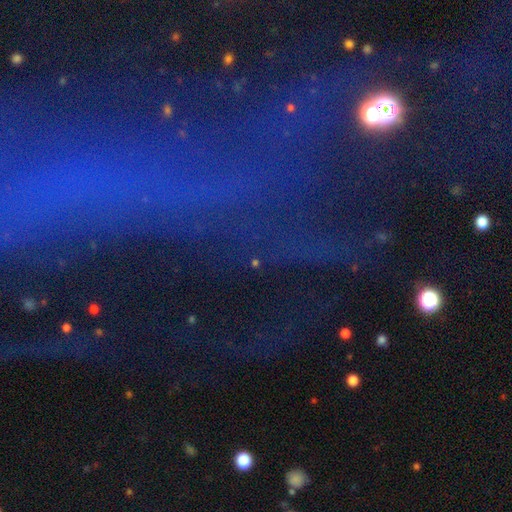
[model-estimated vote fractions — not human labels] smooth-or-featured: star or artifact: 72% | featured or disk: 14% | smooth: 14%